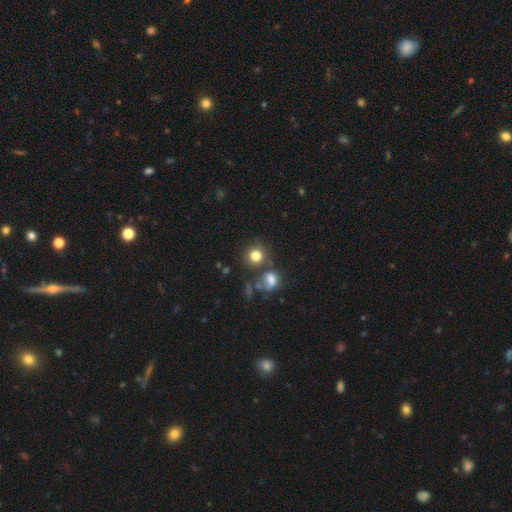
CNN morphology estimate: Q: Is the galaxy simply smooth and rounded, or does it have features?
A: smooth — 79%.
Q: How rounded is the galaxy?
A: round — 85%.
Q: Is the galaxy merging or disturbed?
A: none — 66%.